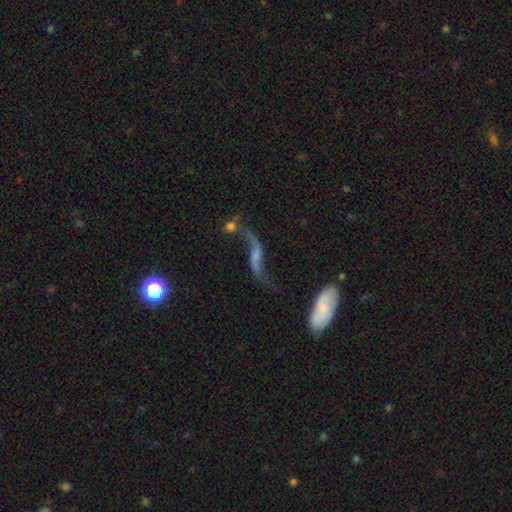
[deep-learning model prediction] The model was most divided on "bar": no: 44%, weak: 36%, strong: 20%. Remaining: spiral winding — loose (92%); spiral arm count — 2 (91%); spiral arms — yes (91%); edge-on disk — no (89%); smooth or featured — featured or disk (80%); merging — none (49%); bulge size — small (45%).